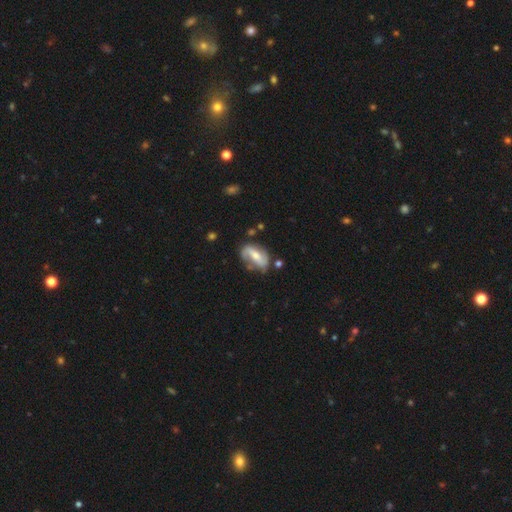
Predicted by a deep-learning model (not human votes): A featured or disk galaxy (65%) with a strong bar (35%), spiral arms (81%) and a moderate central bulge (51%). Merging: none (58%).